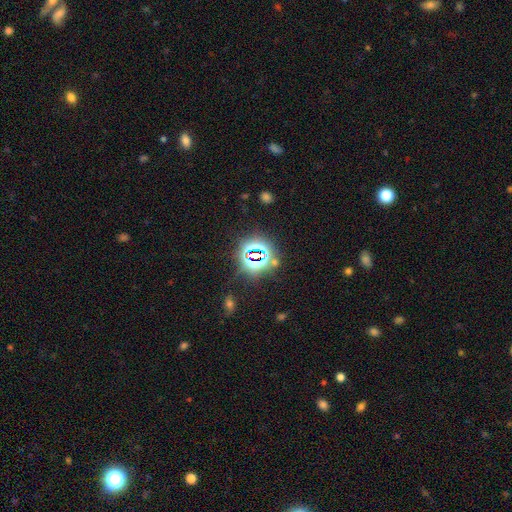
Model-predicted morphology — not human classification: star or artifact 77%, smooth 15%, featured or disk 8%.